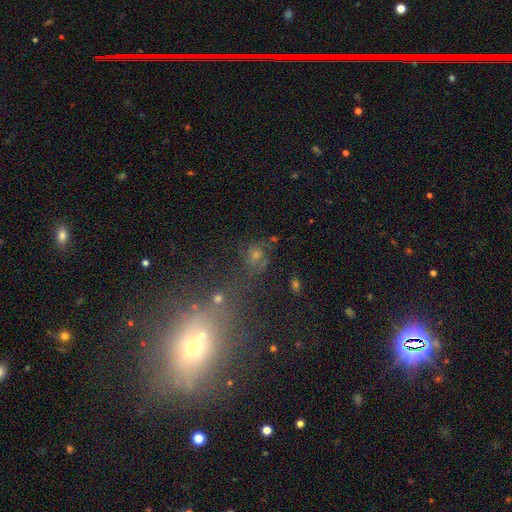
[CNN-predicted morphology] This is marginally a featured or disk galaxy (38%). Merging: possibly none (49%).